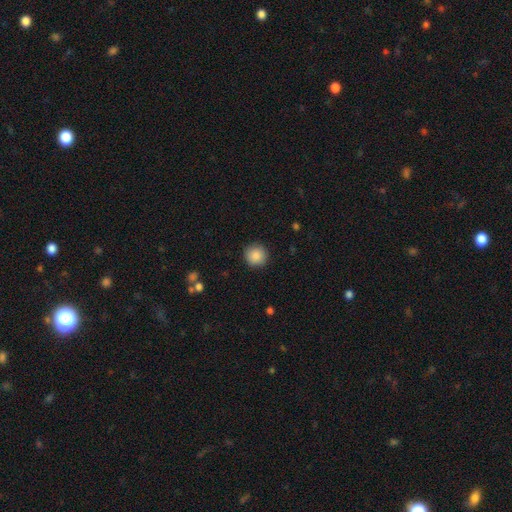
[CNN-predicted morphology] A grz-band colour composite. It shows a smooth galaxy with no disk features (88%) that is round (95%). Merging: none (91%).